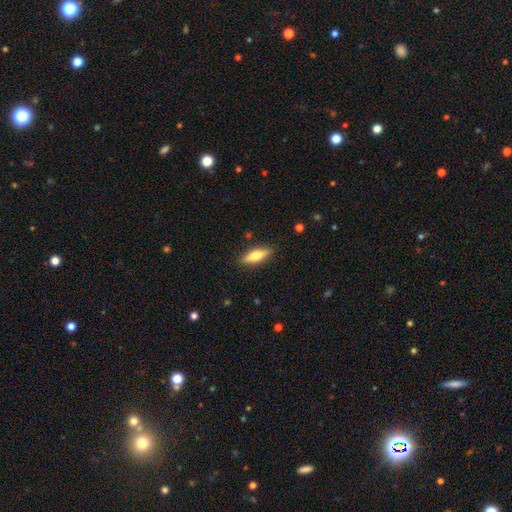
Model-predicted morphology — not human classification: This appears to be a smooth galaxy with no disk features (63%) that is in between round and cigar-shaped (51%). Merging: none (87%).